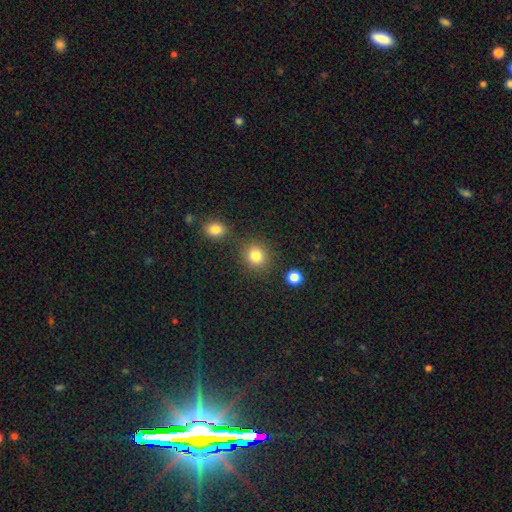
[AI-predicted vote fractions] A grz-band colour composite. It shows a smooth galaxy with no disk features (83%) that is round (85%). Merging: none (83%).